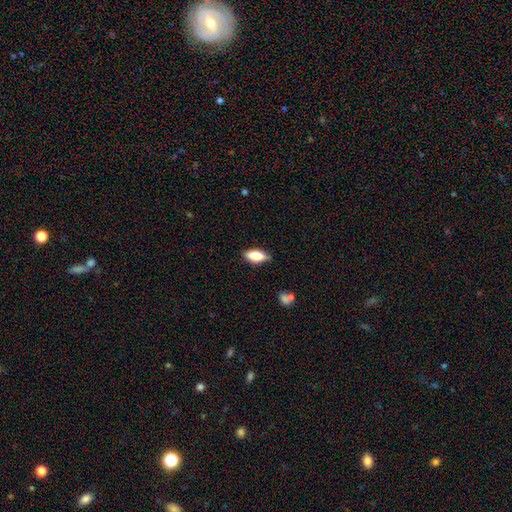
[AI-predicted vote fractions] Smooth or featured? smooth (75%)
How rounded? in between (81%)
Merging? none (83%)